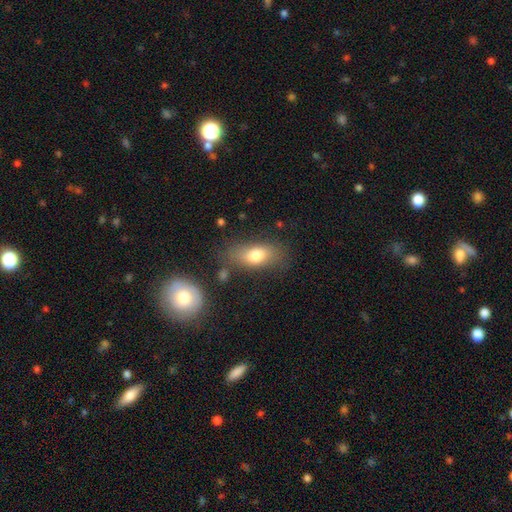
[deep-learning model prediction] smooth_or_featured: smooth (p=0.74) [alt: featured or disk p=0.17]
how_rounded: in between (p=0.83) [alt: cigar-shaped p=0.09]
merging: none (p=0.69) [alt: minor disturbance p=0.18]